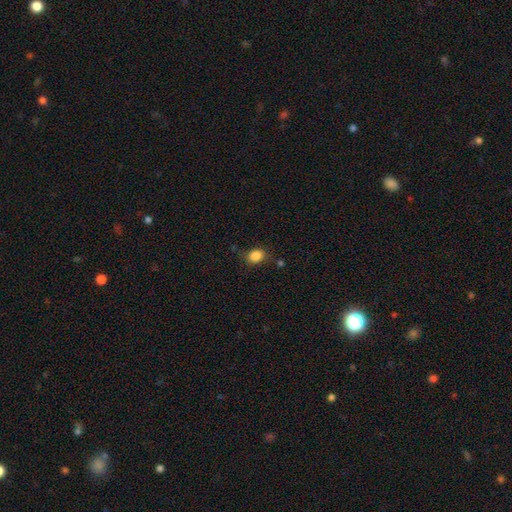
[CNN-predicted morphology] type=smooth (85%); roundness=round (53%); merging=none (73%).